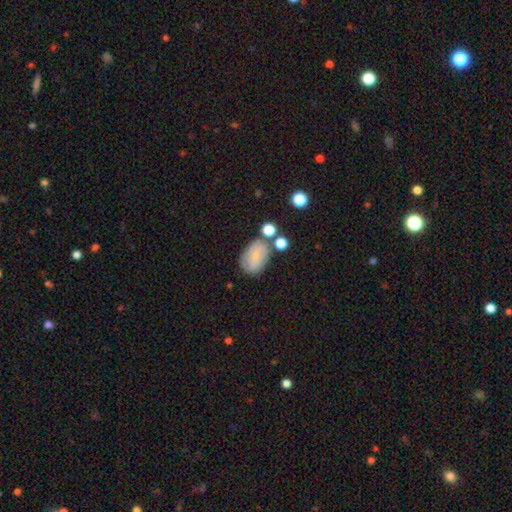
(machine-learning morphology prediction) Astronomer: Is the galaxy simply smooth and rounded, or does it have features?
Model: smooth — 63%.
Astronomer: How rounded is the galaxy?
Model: in between — 81%.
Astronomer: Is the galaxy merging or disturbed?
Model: none — 60%.